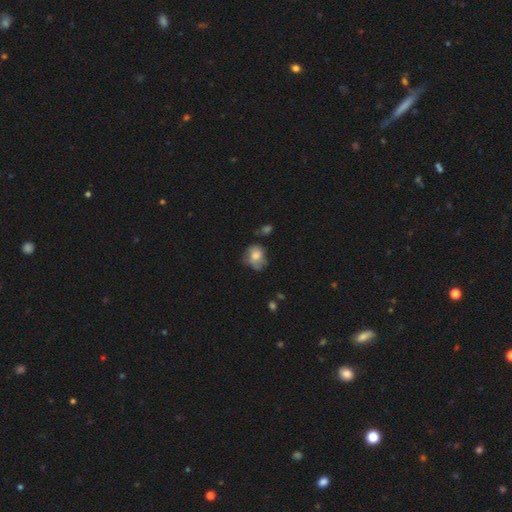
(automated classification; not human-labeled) Overall: smooth (65%; featured or disk 26%). How rounded: round (59%; in between 40%). Merging: none (46%; minor disturbance 32%).